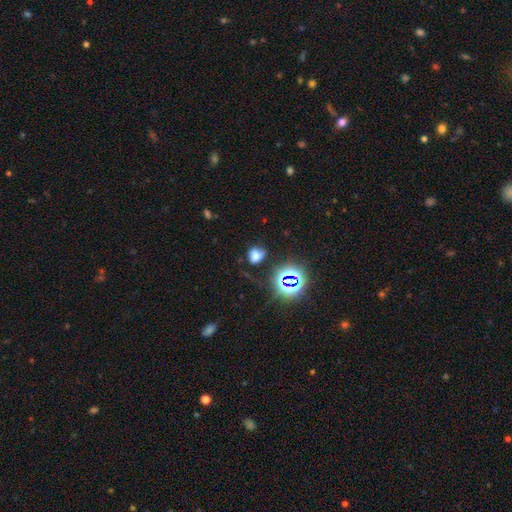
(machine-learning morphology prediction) Smooth or featured?
  - smooth: 59% *
  - star or artifact: 28%
  - featured or disk: 13%
How rounded?
  - in between: 56% *
  - round: 43%
  - cigar-shaped: 1%
Merging?
  - none: 56% *
  - minor disturbance: 24%
  - major disturbance: 14%
  - merger: 5%